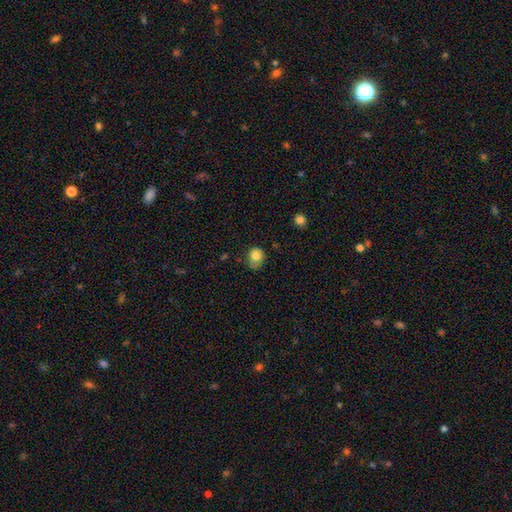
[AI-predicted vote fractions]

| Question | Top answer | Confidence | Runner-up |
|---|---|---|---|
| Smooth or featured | smooth | 82% | star or artifact (10%) |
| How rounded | round | 66% | in between (33%) |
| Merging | none | 50% | minor disturbance (36%) |